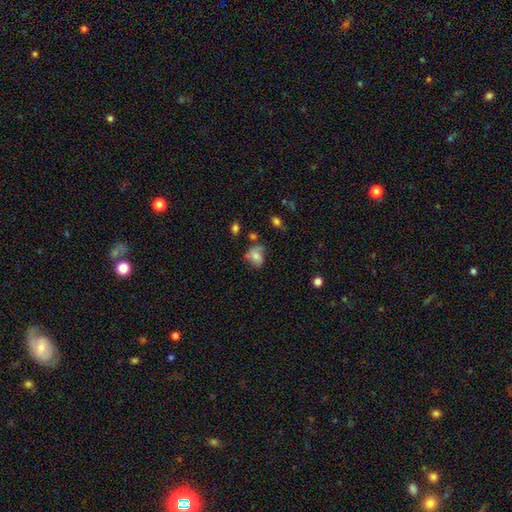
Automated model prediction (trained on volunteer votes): Smooth or featured? smooth (67%)
How rounded? in between (59%)
Merging? none (44%)